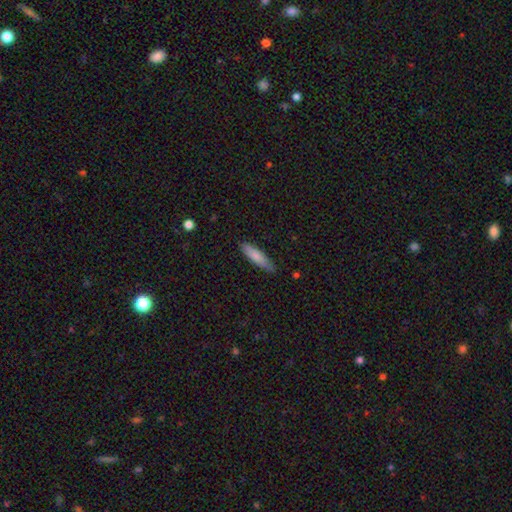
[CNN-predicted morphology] type=smooth (80%); roundness=cigar-shaped (75%); merging=none (82%).